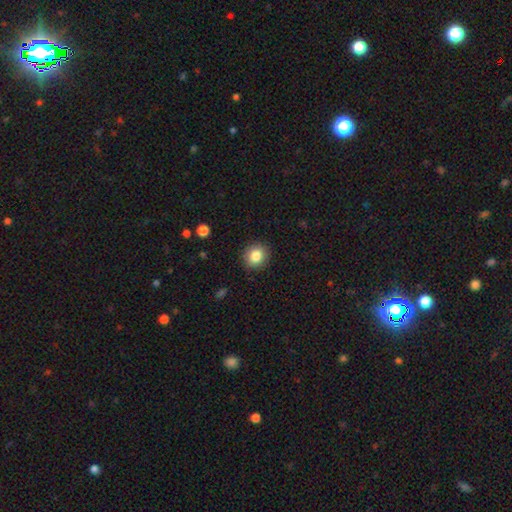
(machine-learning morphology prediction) Smooth or featured? Predicted: smooth (p=0.84). How rounded? Predicted: round (p=0.80). Merging? Predicted: none (p=0.90).